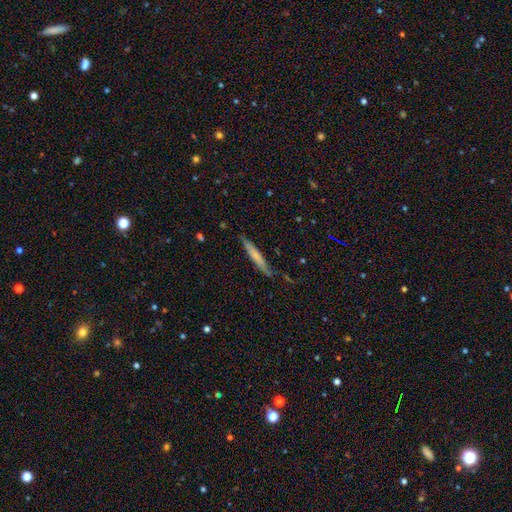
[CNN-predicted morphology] Smooth or featured: smooth — 58% (featured or disk — 36%)
How rounded: cigar-shaped — 94% (in between — 4%)
Merging: none — 80% (minor disturbance — 16%)